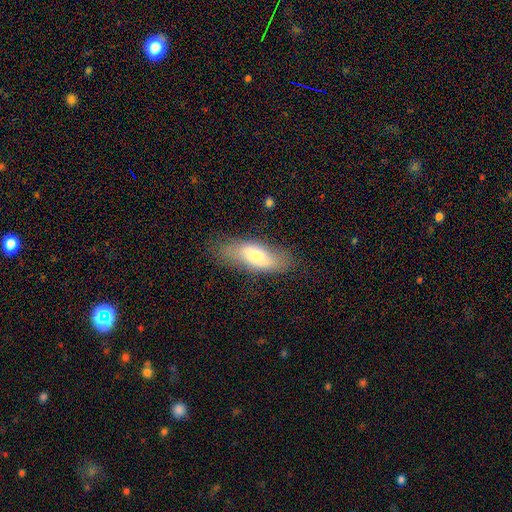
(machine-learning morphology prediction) smooth-or-featured: smooth: 60% | featured or disk: 32% | star or artifact: 7%
  how-rounded: in between: 71% | cigar-shaped: 26% | round: 3%
  merging: none: 72% | minor disturbance: 20% | major disturbance: 7% | merger: 2%